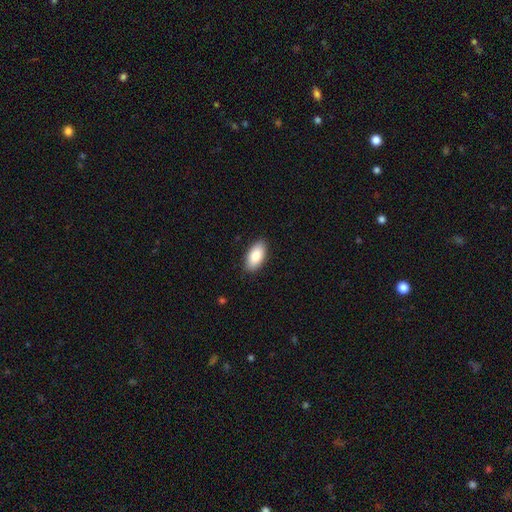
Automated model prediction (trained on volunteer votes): The model was most divided on "smooth or featured": smooth: 86%, featured or disk: 8%, star or artifact: 6%. More confident: how rounded — in between (93%); merging — none (88%).